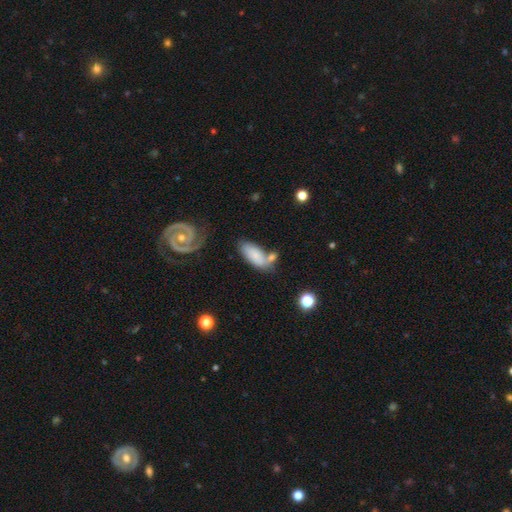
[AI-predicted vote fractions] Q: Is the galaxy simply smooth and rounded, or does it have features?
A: smooth — 76%.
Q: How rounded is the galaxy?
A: in between — 83%.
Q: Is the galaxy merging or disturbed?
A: none — 48%.